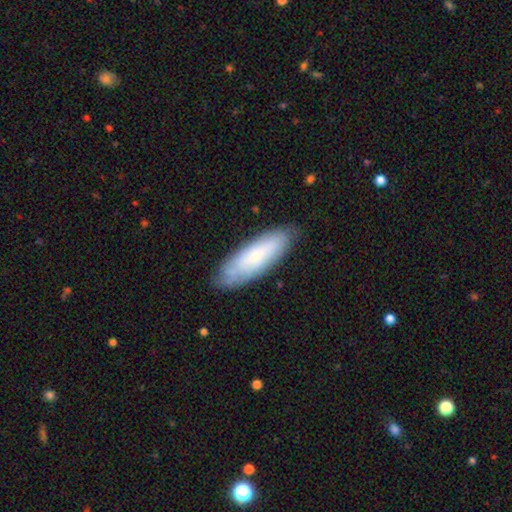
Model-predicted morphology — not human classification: This appears to be a smooth galaxy with no disk features (64%) that is in between round and cigar-shaped (55%). Merging: none (78%).